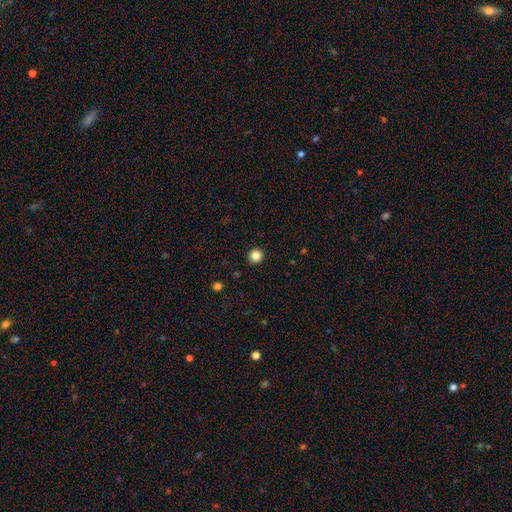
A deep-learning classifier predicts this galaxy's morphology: Smooth or featured: smooth — 85% (star or artifact — 11%)
How rounded: round — 93% (in between — 6%)
Merging: none — 93% (minor disturbance — 4%)